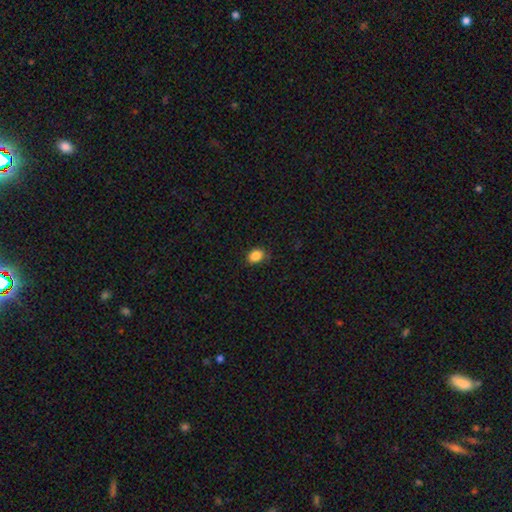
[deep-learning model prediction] smooth 87%, star or artifact 10%, featured or disk 4%. Down the decision tree: how rounded — in between (68%); merging — none (84%).